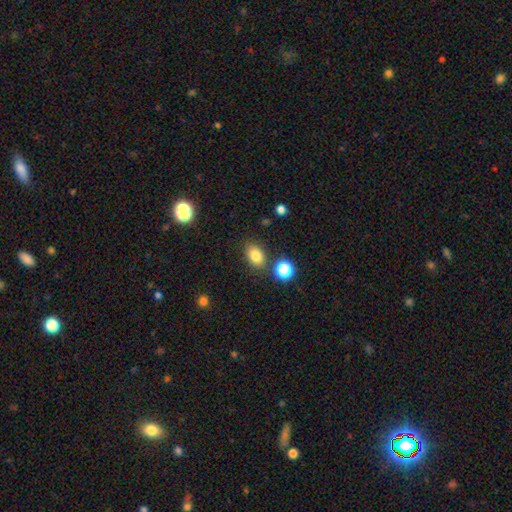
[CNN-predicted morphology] This appears to be a smooth galaxy with no disk features (81%) that is in between round and cigar-shaped (75%). Merging: none (80%).